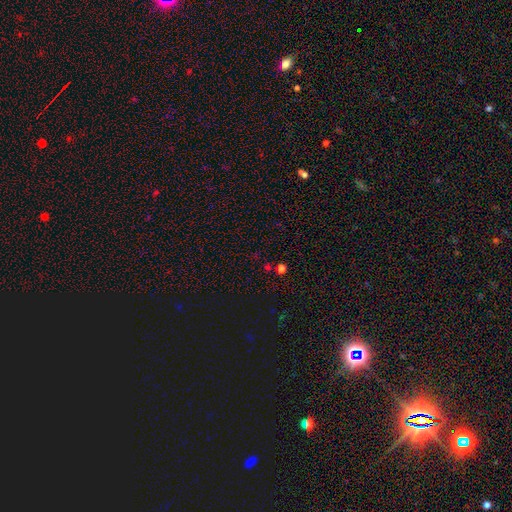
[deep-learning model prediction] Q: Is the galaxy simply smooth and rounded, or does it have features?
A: star or artifact — 58%.